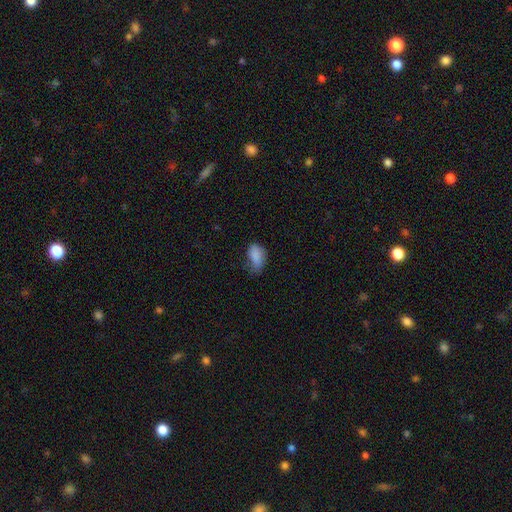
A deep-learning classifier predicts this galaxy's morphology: This is clearly a smooth galaxy (84%). How rounded: clearly in between (90%). Merging: marginally none (43%).